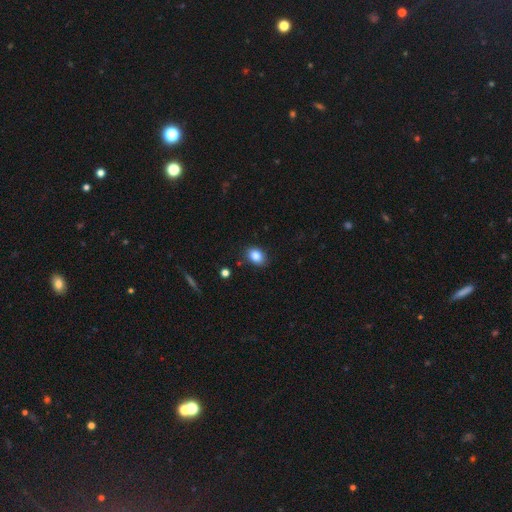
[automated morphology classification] A smooth galaxy with no disk features (85%) that is in between round and cigar-shaped (71%). Merging: none (84%).